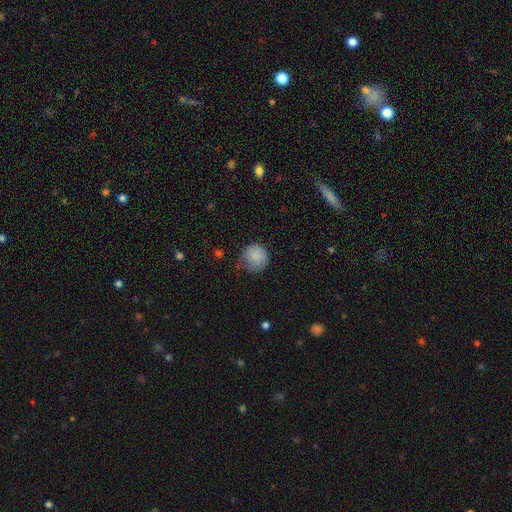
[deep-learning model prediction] This is clearly a smooth galaxy (86%). How rounded: clearly round (91%). Merging: likely none (62%).